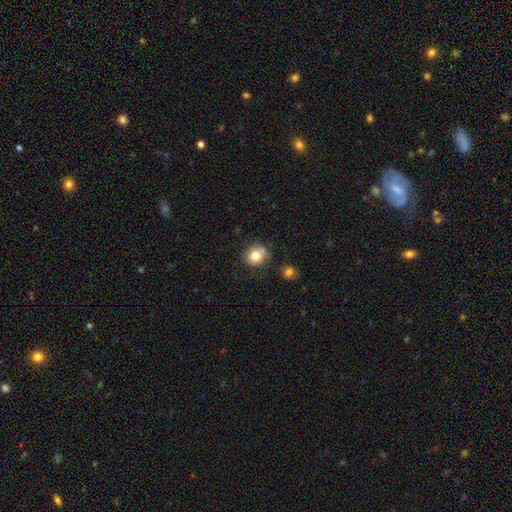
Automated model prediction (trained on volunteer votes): Morphology: type=smooth (79%); roundness=round (81%); merging=none (69%).